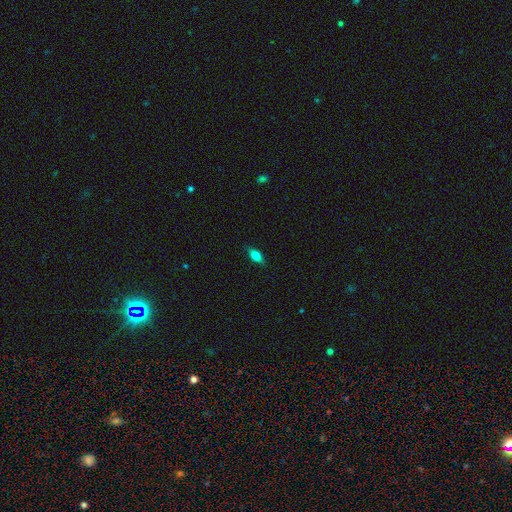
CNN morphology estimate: smooth 76%, featured or disk 15%, star or artifact 8%. Down the decision tree: how rounded — in between (81%); merging — none (85%).